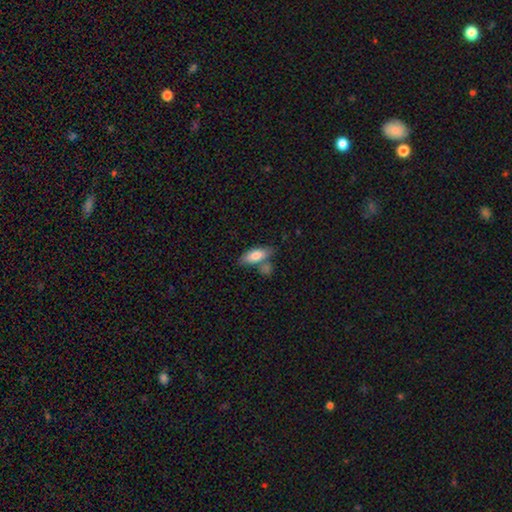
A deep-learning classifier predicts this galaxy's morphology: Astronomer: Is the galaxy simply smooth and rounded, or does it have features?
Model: smooth — 79%.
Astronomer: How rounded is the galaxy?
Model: in between — 77%.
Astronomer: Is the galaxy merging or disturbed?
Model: none — 57%.